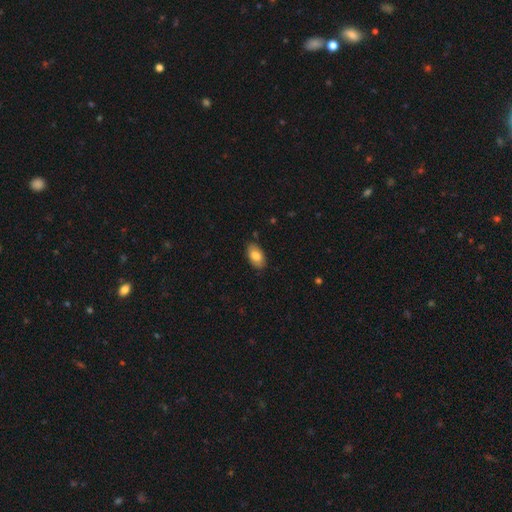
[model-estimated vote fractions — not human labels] Smooth or featured? smooth (82%)
How rounded? in between (93%)
Merging? none (85%)